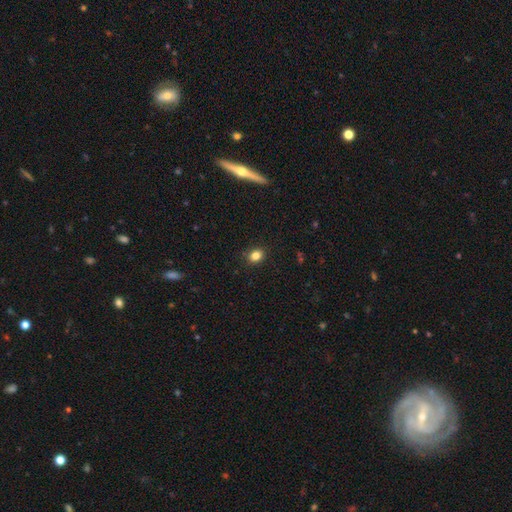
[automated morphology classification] type=smooth (84%); roundness=in between (52%); merging=none (87%).